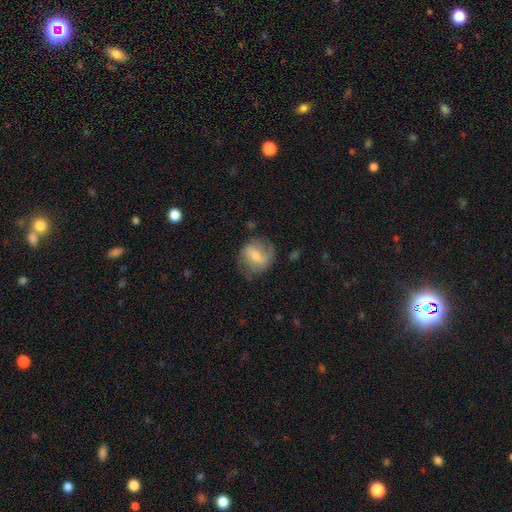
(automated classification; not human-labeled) Morphology: type=featured or disk (65%); edge-on=no (97%); bar=weak (52%); spiral arms=yes (88%); winding=medium (45%); arm count=2 (70%); bulge=moderate (49%); merging=none (65%).